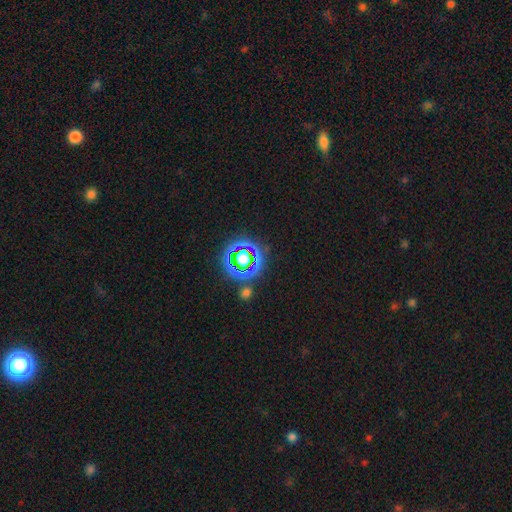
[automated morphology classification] Overall: star or artifact (75%).